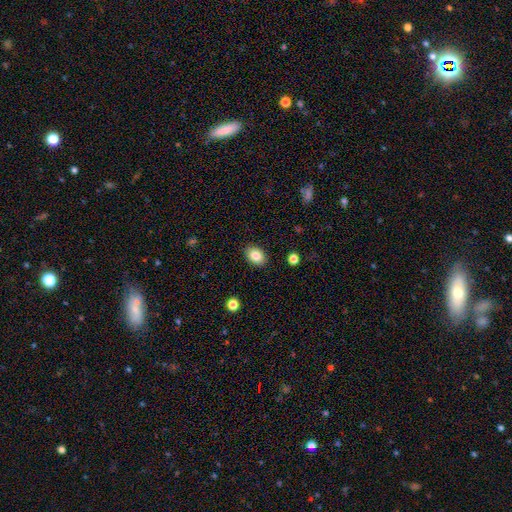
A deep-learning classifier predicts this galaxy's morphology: smooth 85%, star or artifact 8%, featured or disk 7%. Down the decision tree: how rounded — in between (70%); merging — none (89%).